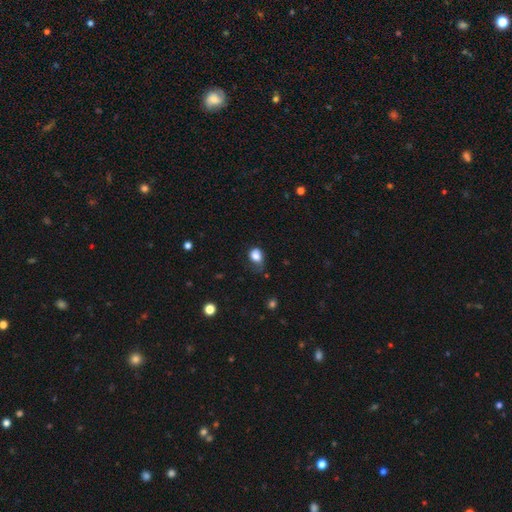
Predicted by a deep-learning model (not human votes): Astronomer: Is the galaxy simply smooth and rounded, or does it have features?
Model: smooth — 82%.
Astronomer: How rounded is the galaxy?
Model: in between — 56% (runner-up: round, 43%).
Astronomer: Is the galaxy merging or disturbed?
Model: none — 41% (runner-up: minor disturbance, 36%).